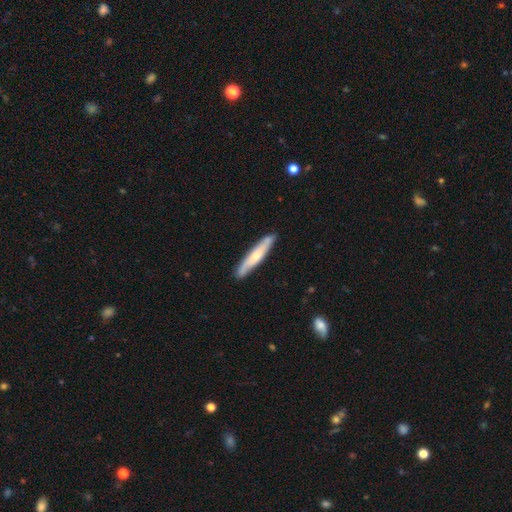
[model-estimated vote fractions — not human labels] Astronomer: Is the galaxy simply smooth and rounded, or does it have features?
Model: smooth — 54% (runner-up: featured or disk, 41%).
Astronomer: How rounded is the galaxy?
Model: cigar-shaped — 92%.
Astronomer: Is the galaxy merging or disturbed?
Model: none — 86%.